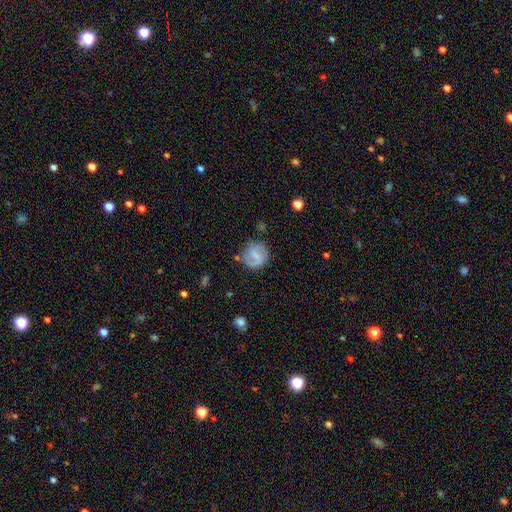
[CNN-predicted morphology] A smooth galaxy with no disk features (46%, tied with featured or disk).

Vote fractions:
- Smooth or featured? smooth: 46% (tied) / featured or disk: 46% (tied) / star or artifact: 8%
- Merging? none: 66% / minor disturbance: 21% / major disturbance: 9% / merger: 4%